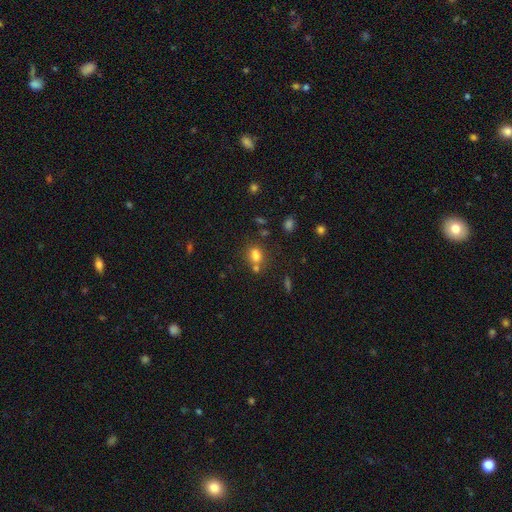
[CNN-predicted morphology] The model was most divided on "how rounded": in between: 59%, round: 39%, cigar-shaped: 2%. More confident: smooth or featured — smooth (75%); merging — none (53%).